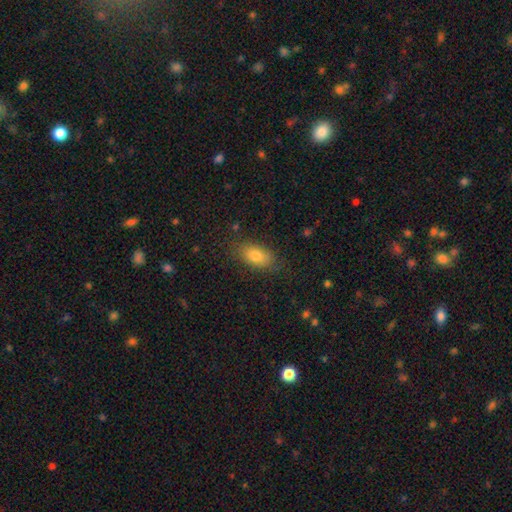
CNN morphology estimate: A smooth galaxy with no disk features (81%) that is in between round and cigar-shaped (88%). Merging: none (81%).